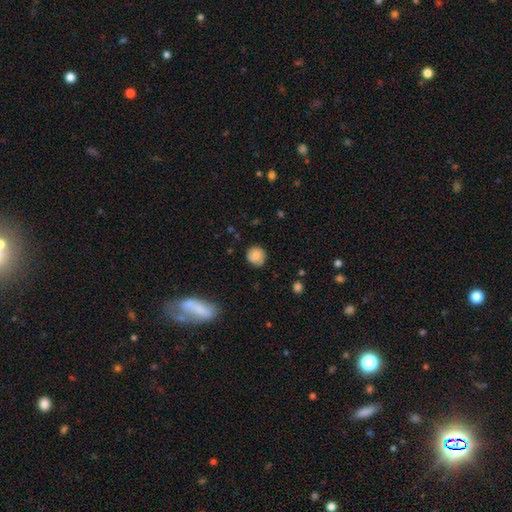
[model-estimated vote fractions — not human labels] Smooth or featured? smooth (81%)
How rounded? round (91%)
Merging? none (83%)